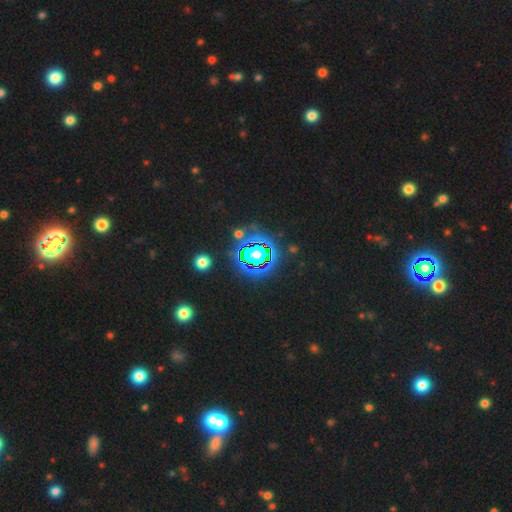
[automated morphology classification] Overall: star or artifact (81%).